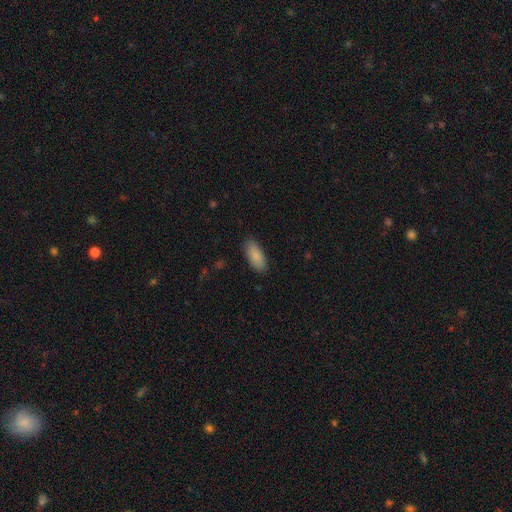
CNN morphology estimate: Q: Smooth or featured?
A: smooth (88%); runner-up: featured or disk (6%)
Q: How rounded?
A: in between (83%); runner-up: cigar-shaped (15%)
Q: Merging?
A: none (87%); runner-up: minor disturbance (10%)